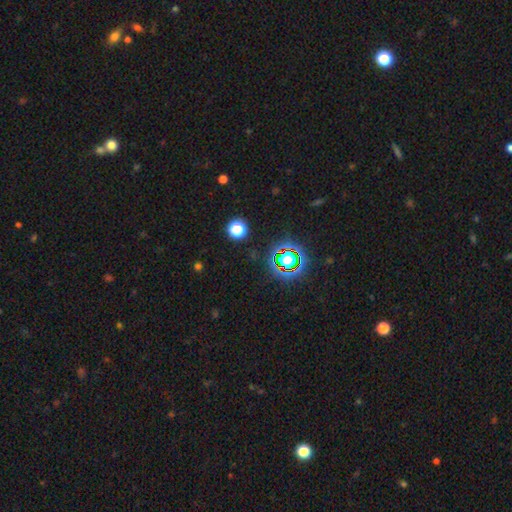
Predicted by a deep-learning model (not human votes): Q: Smooth or featured?
A: star or artifact (74%); runner-up: smooth (19%)